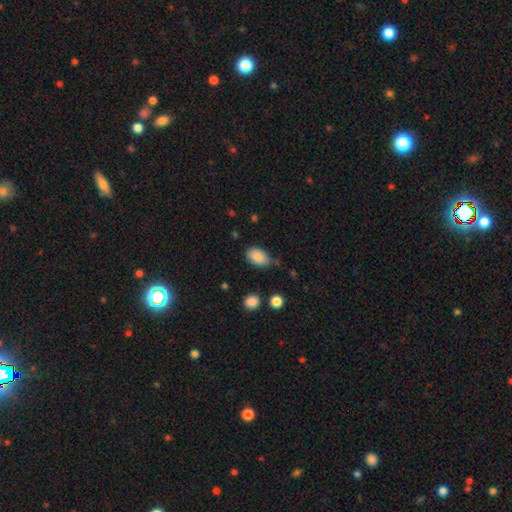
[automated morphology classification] smooth_or_featured: smooth (p=0.87) [alt: star or artifact p=0.08]
how_rounded: in between (p=0.89) [alt: round p=0.09]
merging: none (p=0.64) [alt: minor disturbance p=0.27]